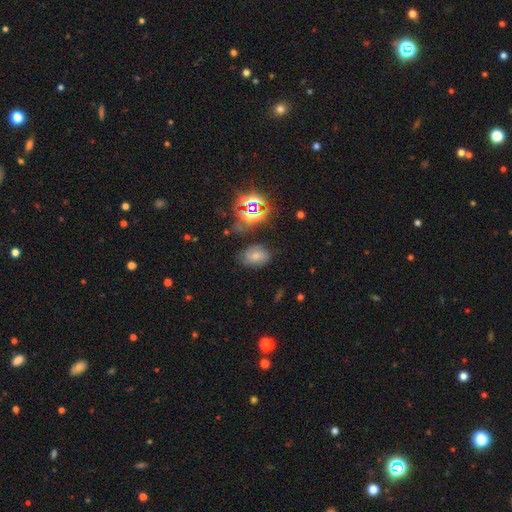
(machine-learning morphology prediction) This appears to be a smooth galaxy with no disk features (57%) that is in between round and cigar-shaped (80%). Merging: none (70%).